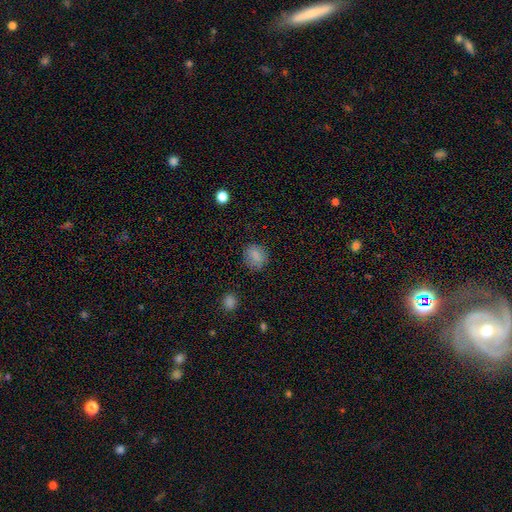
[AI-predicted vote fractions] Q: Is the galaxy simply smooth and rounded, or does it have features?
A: smooth — 82%.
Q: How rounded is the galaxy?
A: round — 67%.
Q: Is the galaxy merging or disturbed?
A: none — 82%.